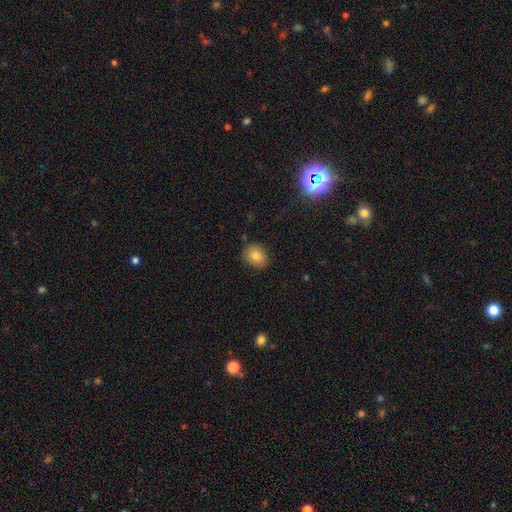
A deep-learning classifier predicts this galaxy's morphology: Overall: smooth (81%). How rounded: round (51%; in between 48%). Merging: none (84%).